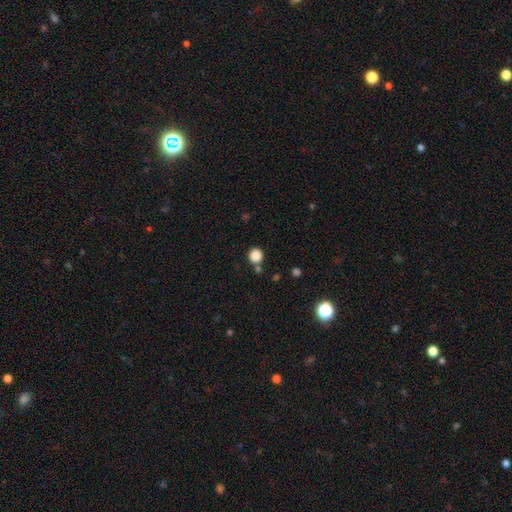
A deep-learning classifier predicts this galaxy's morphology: Smooth or featured? Predicted: smooth (p=0.86). How rounded? Predicted: round (p=0.90). Merging? Predicted: none (p=0.77).